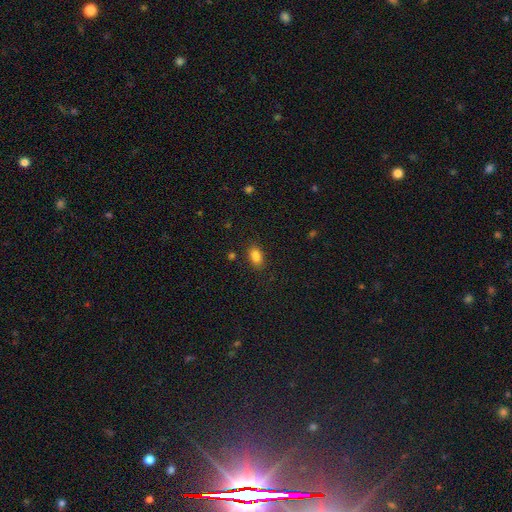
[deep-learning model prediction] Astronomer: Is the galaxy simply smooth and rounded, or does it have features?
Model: smooth — 84%.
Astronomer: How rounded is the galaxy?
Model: in between — 87%.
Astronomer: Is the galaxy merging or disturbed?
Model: none — 79%.